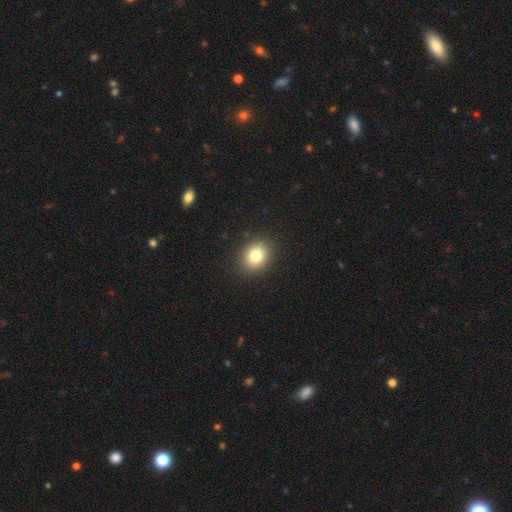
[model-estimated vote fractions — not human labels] Q: Smooth or featured?
A: smooth (81%); runner-up: star or artifact (11%)
Q: How rounded?
A: round (52%); runner-up: in between (47%)
Q: Merging?
A: none (89%); runner-up: minor disturbance (7%)